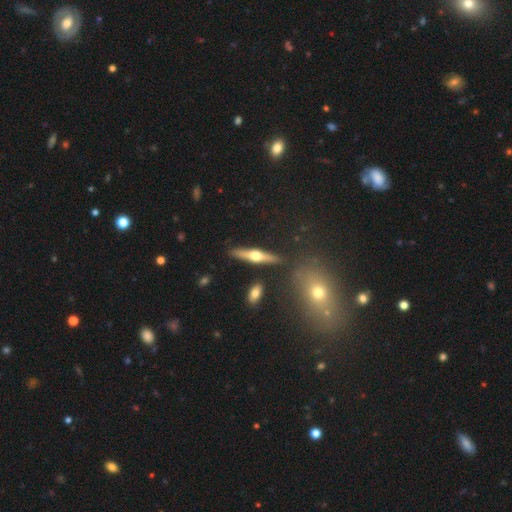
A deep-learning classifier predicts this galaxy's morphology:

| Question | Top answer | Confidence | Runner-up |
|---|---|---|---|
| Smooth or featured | featured or disk | 64% | smooth (30%) |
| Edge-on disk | yes | 95% | no (5%) |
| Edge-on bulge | rounded | 94% | boxy (3%) |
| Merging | none | 86% | minor disturbance (8%) |